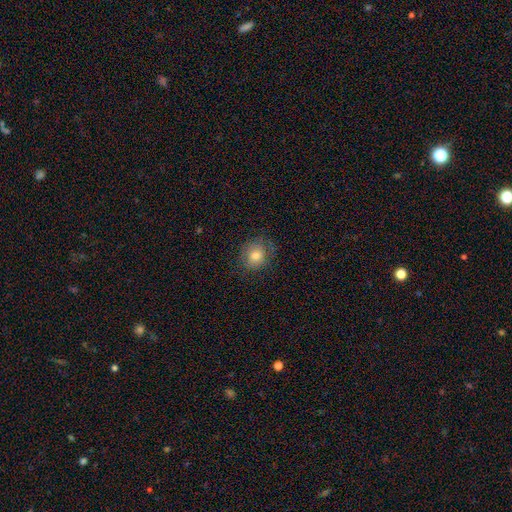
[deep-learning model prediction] This is likely a smooth galaxy (75%). How rounded: likely round (72%). Merging: likely none (74%).